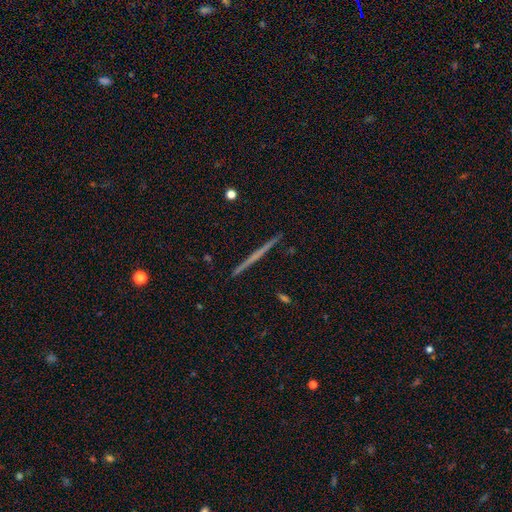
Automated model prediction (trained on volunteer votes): Smooth or featured: featured or disk — 60% (smooth — 34%)
Edge-on disk: yes — 98% (no — 2%)
Edge-on bulge: none — 88% (rounded — 9%)
Merging: none — 93% (minor disturbance — 5%)